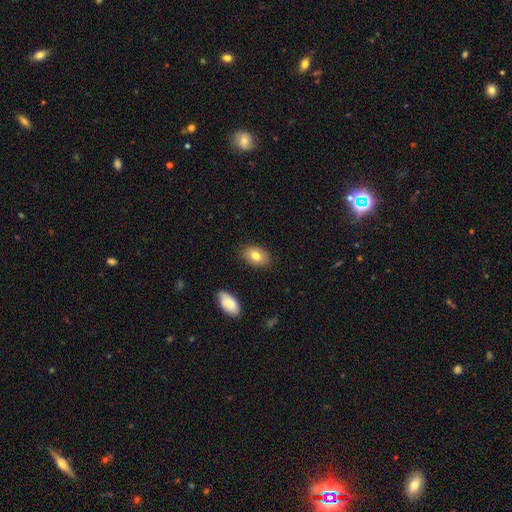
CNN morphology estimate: Smooth or featured? Predicted: smooth (p=0.80). How rounded? Predicted: in between (p=0.89). Merging? Predicted: none (p=0.85).